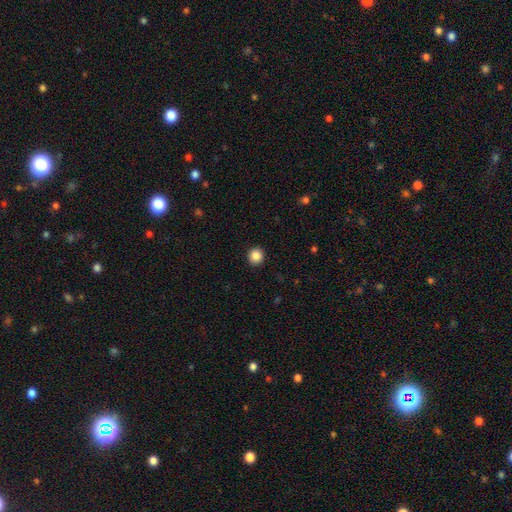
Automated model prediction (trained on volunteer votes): This appears to be a smooth galaxy with no disk features (86%) that is round (92%). Merging: none (93%).